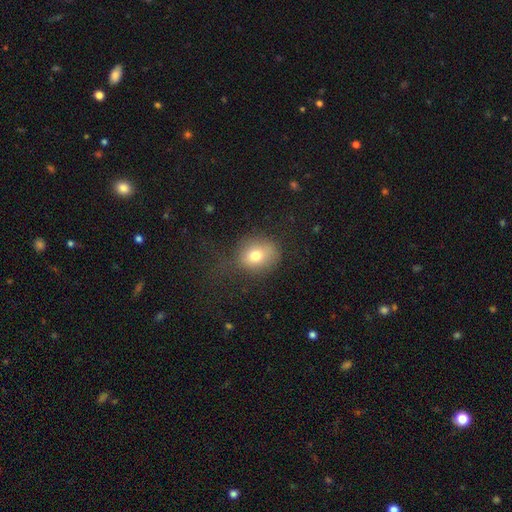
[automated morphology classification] Q: Smooth or featured?
A: smooth (74%); runner-up: featured or disk (13%)
Q: How rounded?
A: round (68%); runner-up: in between (30%)
Q: Merging?
A: none (59%); runner-up: minor disturbance (21%)